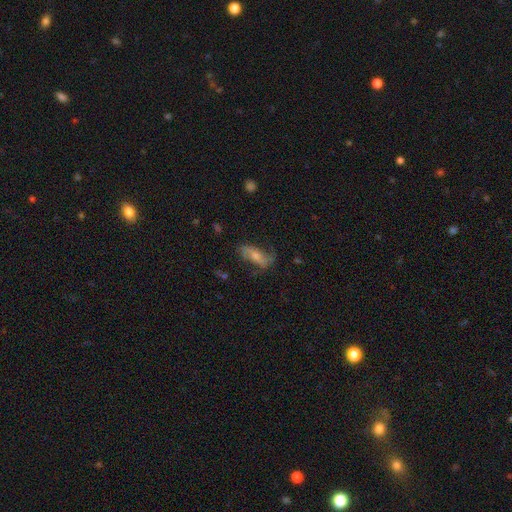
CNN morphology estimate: Overall: featured or disk (67%). Edge-on disk: no (87%). Bar: no (48%; weak 31%). Spiral arms: yes (88%). Spiral arm count: 2 (85%). Spiral winding: loose (60%; medium 27%). Bulge size: moderate (49%; small 43%). Merging: none (67%).